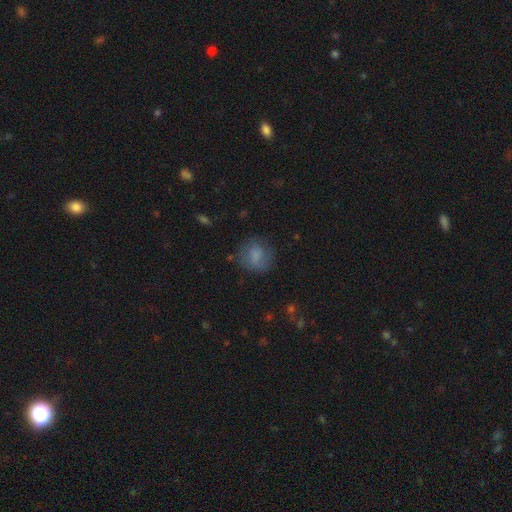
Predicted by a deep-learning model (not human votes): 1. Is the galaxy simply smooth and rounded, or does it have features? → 72% smooth, 19% featured or disk, 10% star or artifact.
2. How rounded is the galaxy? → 78% round, 21% in between, 1% cigar-shaped.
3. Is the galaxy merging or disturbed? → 66% none, 21% minor disturbance, 11% major disturbance, 2% merger.